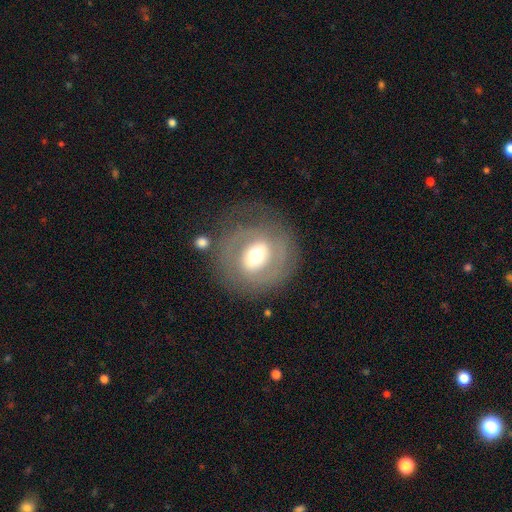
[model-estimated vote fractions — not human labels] This appears to be a featured or disk galaxy (59%) with a weak bar (37%), no spiral arms (60%) and a moderate central bulge (62%). Merging: none (67%).